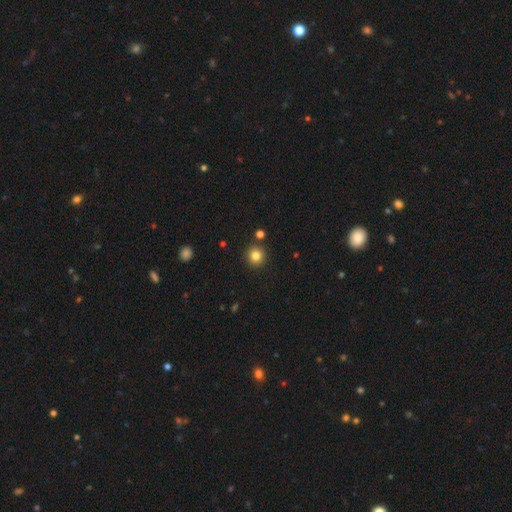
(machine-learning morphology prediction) A smooth galaxy with no disk features (83%) that is round (93%).

Vote fractions:
- Smooth or featured? smooth: 83% / star or artifact: 11% / featured or disk: 6%
- How rounded? round: 93% / in between: 6% / cigar-shaped: 1%
- Merging? none: 87% / minor disturbance: 6% / merger: 4% / major disturbance: 2%